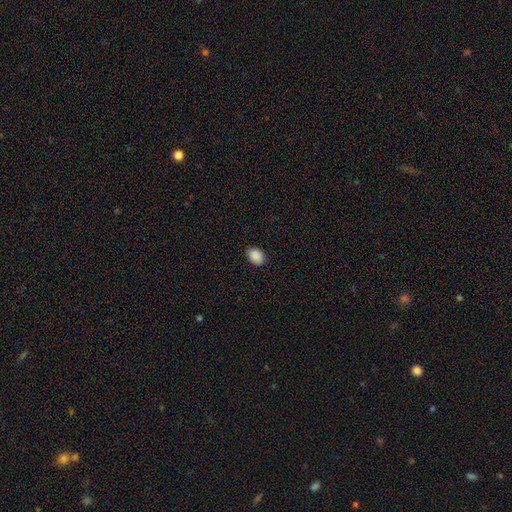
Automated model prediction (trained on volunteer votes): The model was most divided on "how rounded": in between: 81%, round: 18%, cigar-shaped: 1%. More confident: smooth or featured — smooth (89%); merging — none (83%).